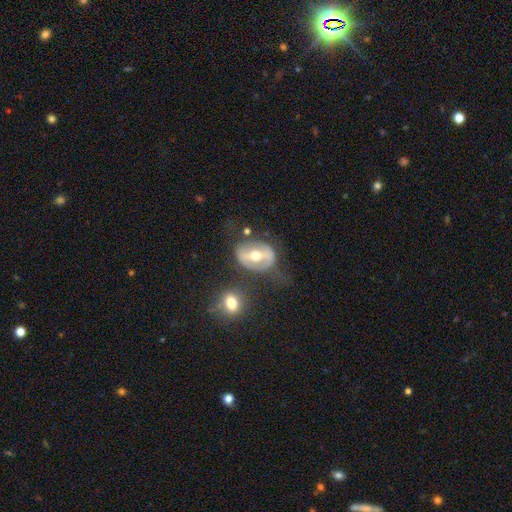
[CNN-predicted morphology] This is likely a featured or disk galaxy (70%). It is clearly not viewed edge-on (92%). Bar: likely strong (61%). Spiral arm pattern: possibly no (57%). Central bulge: likely moderate (72%). Merging: possibly none (55%).